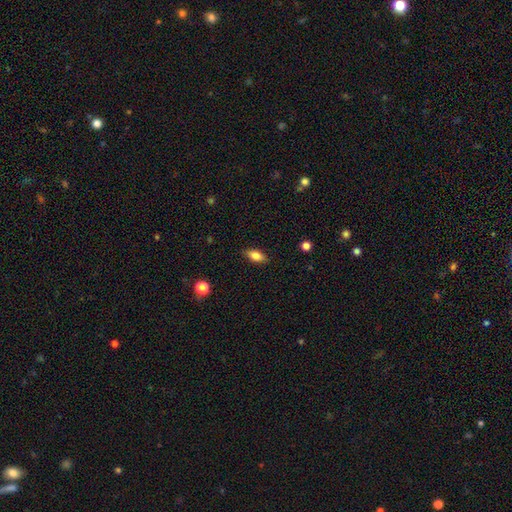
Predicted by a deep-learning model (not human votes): Smooth or featured? smooth (77%)
How rounded? in between (84%)
Merging? none (86%)